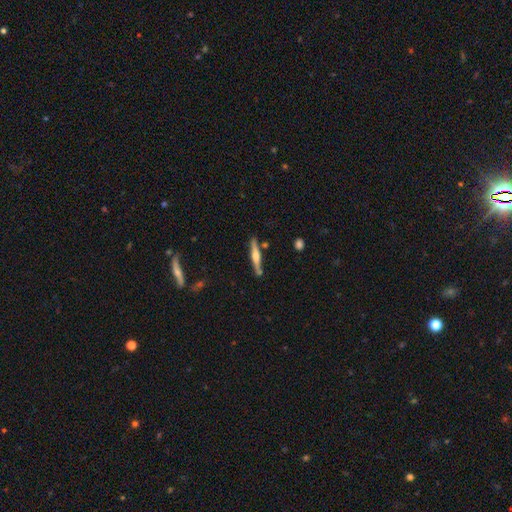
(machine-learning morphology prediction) Overall: featured or disk (64%; smooth 30%). Edge-on disk: yes (97%). Edge-on bulge: rounded (76%). Merging: none (83%).